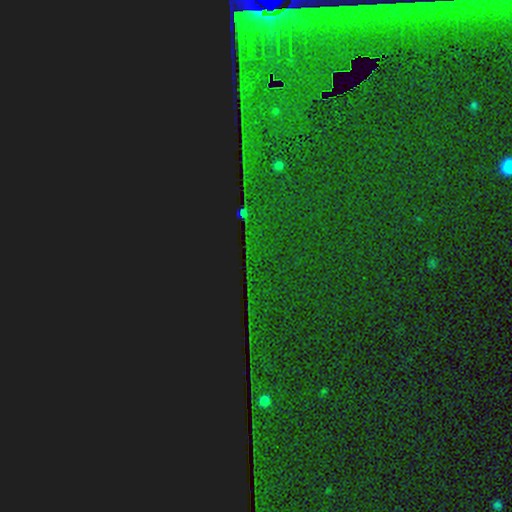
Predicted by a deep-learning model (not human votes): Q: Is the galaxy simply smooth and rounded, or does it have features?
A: star or artifact — 86%.